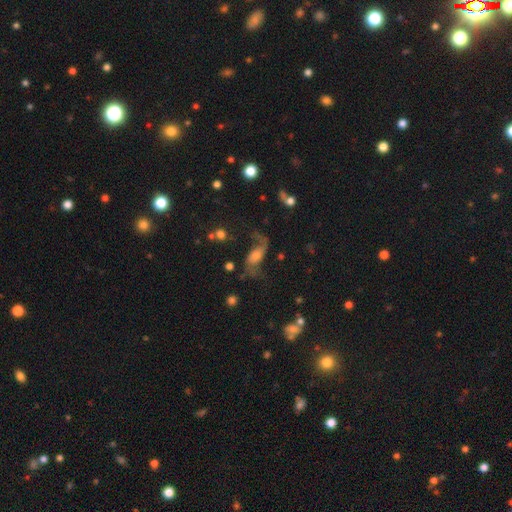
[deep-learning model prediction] Smooth or featured? Predicted: featured or disk (p=0.74). Edge-on disk? Predicted: no (p=0.92). Bar? Predicted: no (p=0.52). Spiral arms? Predicted: yes (p=0.92). Spiral winding? Predicted: loose (p=0.82). Spiral arm count? Predicted: 2 (p=0.88). Bulge size? Predicted: moderate (p=0.44). Merging? Predicted: none (p=0.57).